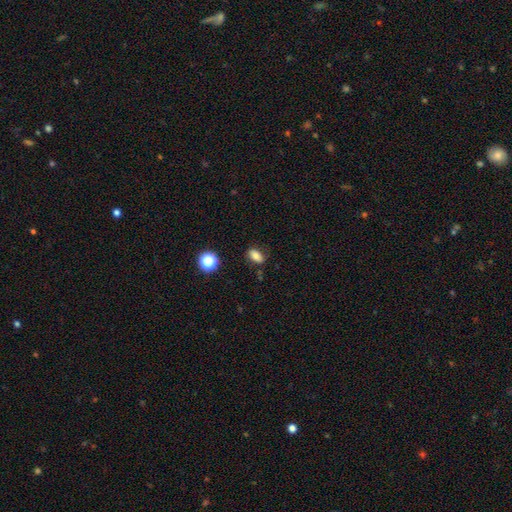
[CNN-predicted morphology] type=smooth (77%); roundness=in between (82%); merging=none (78%).